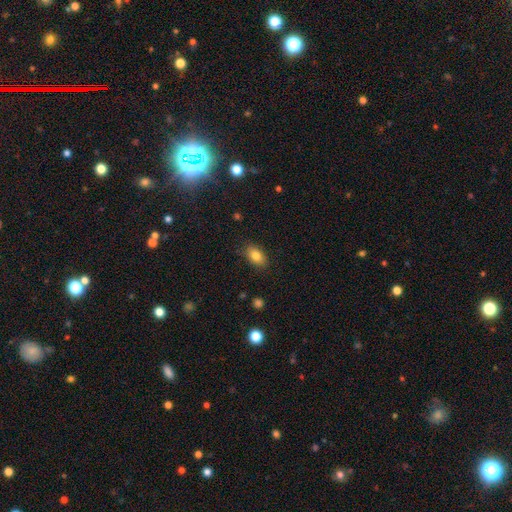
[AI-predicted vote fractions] Smooth or featured?
  - smooth: 83% *
  - star or artifact: 9%
  - featured or disk: 9%
How rounded?
  - in between: 88% *
  - round: 9%
  - cigar-shaped: 2%
Merging?
  - none: 85% *
  - minor disturbance: 11%
  - major disturbance: 3%
  - merger: 1%